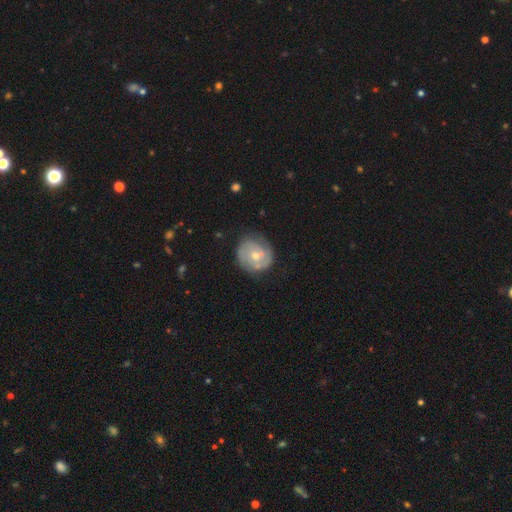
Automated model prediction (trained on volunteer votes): Morphology: type=featured or disk (64%); edge-on=no (98%); bar=no (66%); spiral arms=yes (77%); bulge=moderate (51%); merging=none (67%).